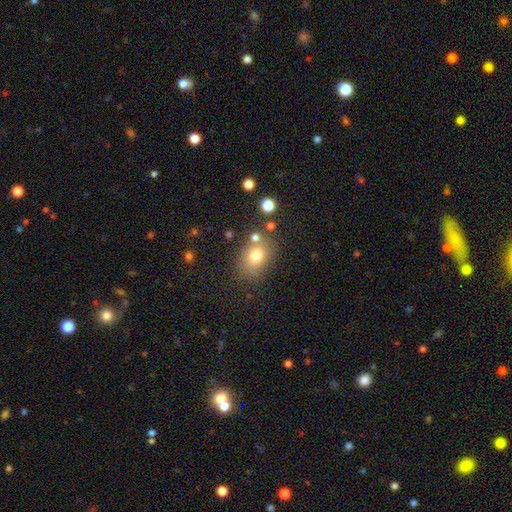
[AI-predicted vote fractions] smooth-or-featured: smooth: 75% | star or artifact: 13% | featured or disk: 12%
  how-rounded: in between: 59% | round: 40% | cigar-shaped: 1%
  merging: none: 69% | minor disturbance: 14% | merger: 11% | major disturbance: 5%